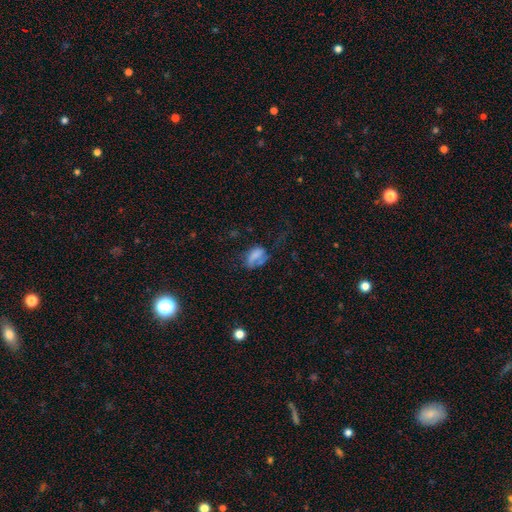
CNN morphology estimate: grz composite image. It shows a smooth galaxy with no disk features (65%) that is in between round and cigar-shaped (85%). Merging: major disturbance (35%).